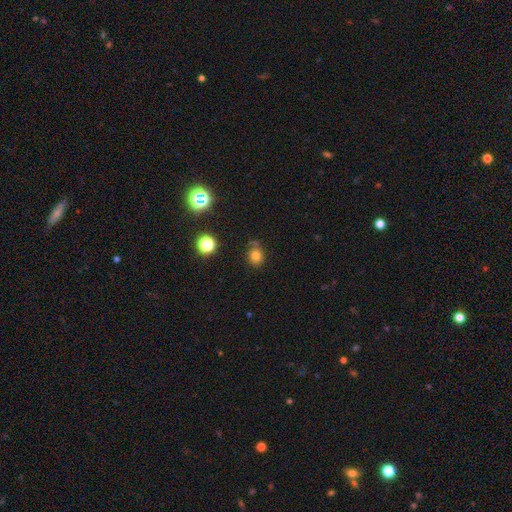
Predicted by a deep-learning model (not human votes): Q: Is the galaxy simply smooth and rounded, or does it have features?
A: smooth — 75%.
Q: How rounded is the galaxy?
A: round — 75%.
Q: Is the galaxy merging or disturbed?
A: none — 73%.